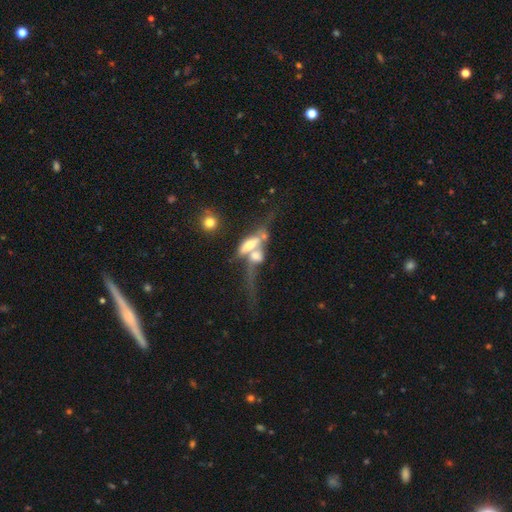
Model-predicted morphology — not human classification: A featured or disk galaxy (58%) viewed edge-on (57%).

Vote fractions:
- Smooth or featured? featured or disk: 58% / smooth: 32% / star or artifact: 10%
- Edge-on disk? yes: 57% / no: 43%
- Merging? merger: 62% / none: 15% / major disturbance: 14% / minor disturbance: 8%